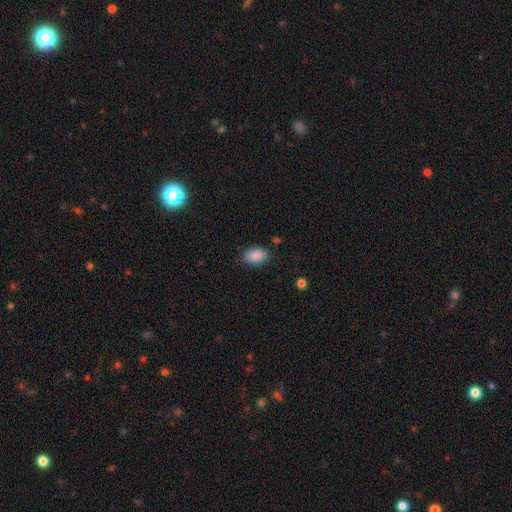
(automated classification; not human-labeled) A smooth galaxy with no disk features (88%) that is in between round and cigar-shaped (91%). Merging: none (81%).